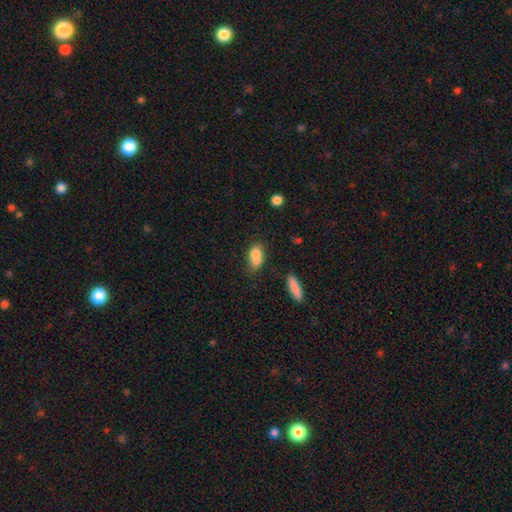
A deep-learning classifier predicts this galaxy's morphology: type=smooth (75%); roundness=in between (75%); merging=merger (45%).